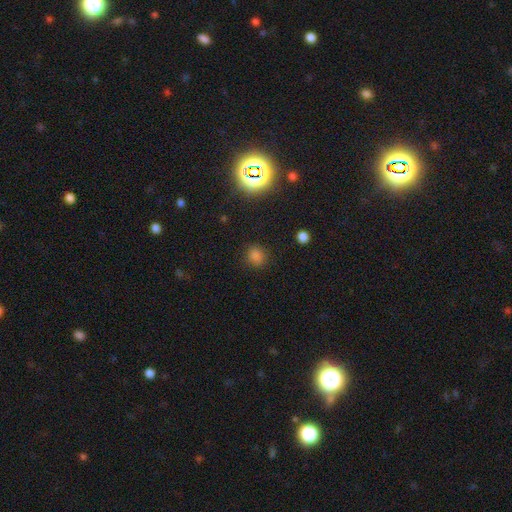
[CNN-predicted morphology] Overall: smooth (77%). How rounded: round (76%). Merging: none (85%).